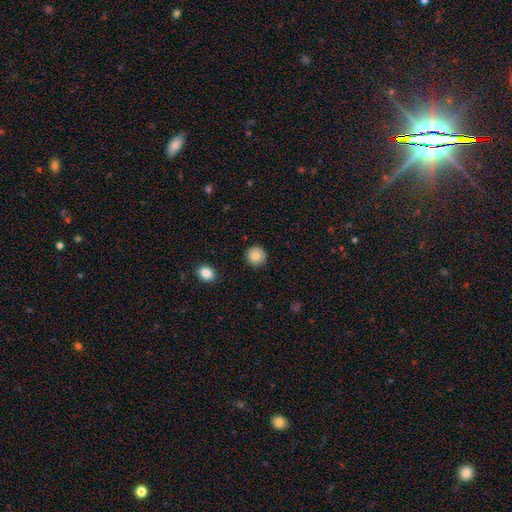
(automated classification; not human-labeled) The model was most divided on "smooth or featured": smooth: 84%, star or artifact: 8%, featured or disk: 8%. More confident: how rounded — round (92%); merging — none (89%).